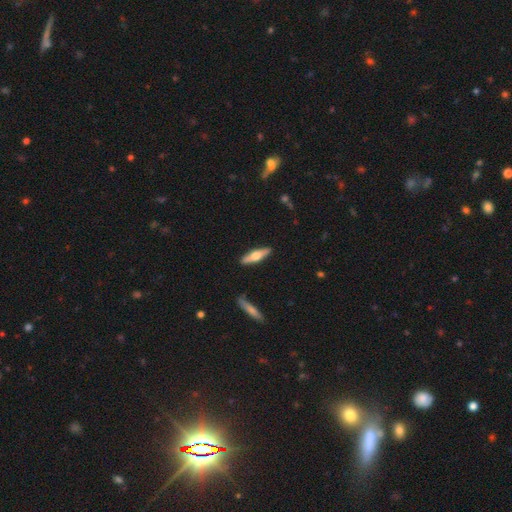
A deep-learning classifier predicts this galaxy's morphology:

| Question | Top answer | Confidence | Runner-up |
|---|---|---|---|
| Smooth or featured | featured or disk | 49% | smooth (46%) |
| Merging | none | 88% | minor disturbance (8%) |